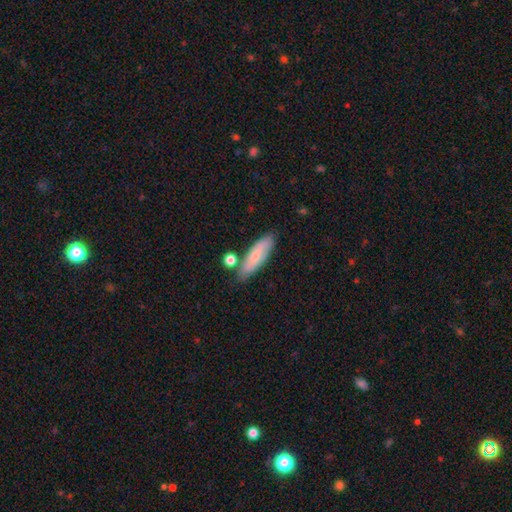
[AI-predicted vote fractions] Smooth or featured? Predicted: smooth (p=0.68). How rounded? Predicted: cigar-shaped (p=0.55). Merging? Predicted: none (p=0.73).